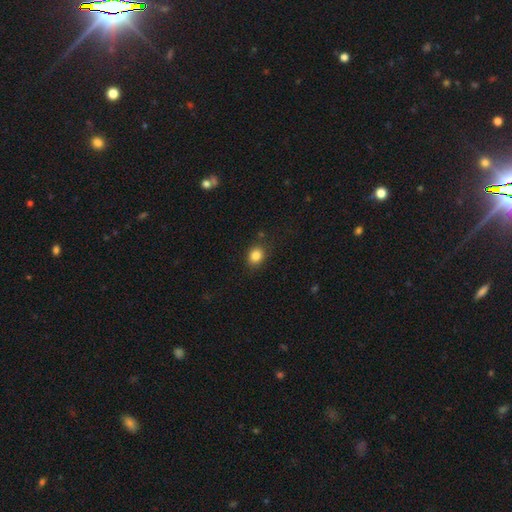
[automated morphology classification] Q: Smooth or featured?
A: smooth (85%); runner-up: star or artifact (10%)
Q: How rounded?
A: round (57%); runner-up: in between (42%)
Q: Merging?
A: none (83%); runner-up: minor disturbance (12%)